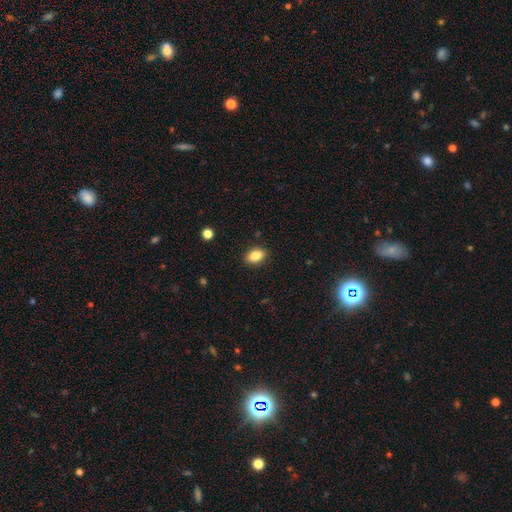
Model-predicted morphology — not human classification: Smooth or featured? Predicted: smooth (p=0.87). How rounded? Predicted: in between (p=0.87). Merging? Predicted: none (p=0.88).